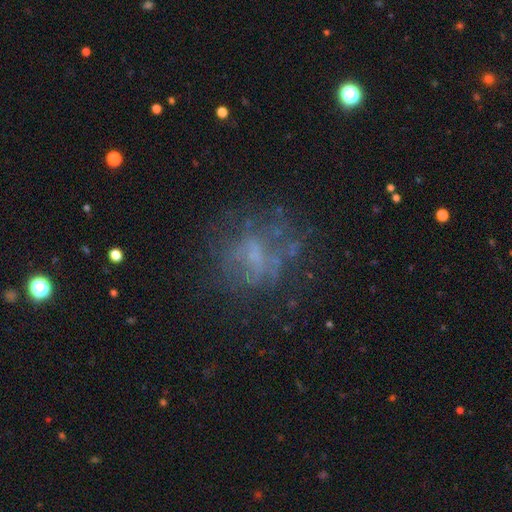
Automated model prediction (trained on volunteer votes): smooth-or-featured: featured or disk: 51% | smooth: 28% | star or artifact: 22%
  disk-edge-on: no: 97% | yes: 3%
  merging: none: 57% | major disturbance: 22% | minor disturbance: 17% | merger: 3%